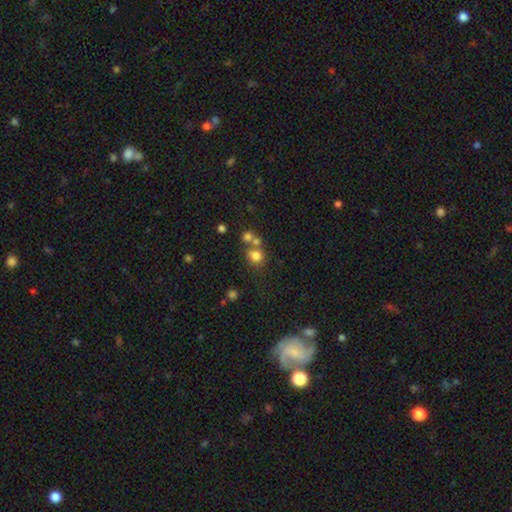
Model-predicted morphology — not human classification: smooth 74%, star or artifact 15%, featured or disk 11%. Down the decision tree: how rounded — round (81%); merging — none (51%).